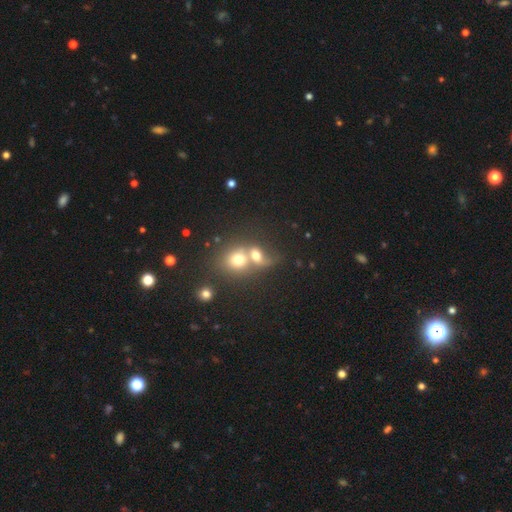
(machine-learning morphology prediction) smooth_or_featured: smooth (p=0.66) [alt: featured or disk p=0.19]
how_rounded: round (p=0.59) [alt: in between p=0.39]
merging: merger (p=0.68) [alt: none p=0.20]